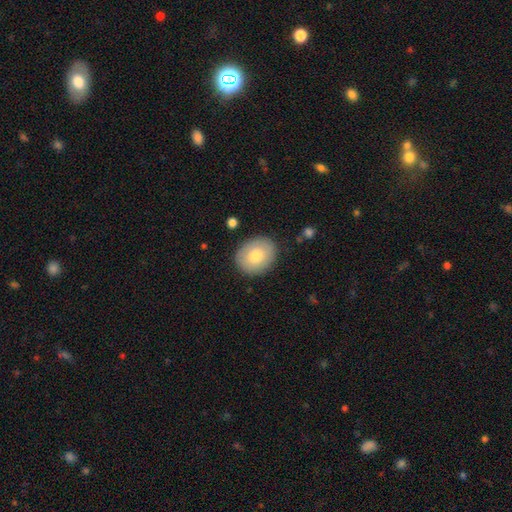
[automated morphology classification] Q: Smooth or featured?
A: smooth (76%); runner-up: featured or disk (17%)
Q: How rounded?
A: round (58%); runner-up: in between (42%)
Q: Merging?
A: none (85%); runner-up: minor disturbance (11%)